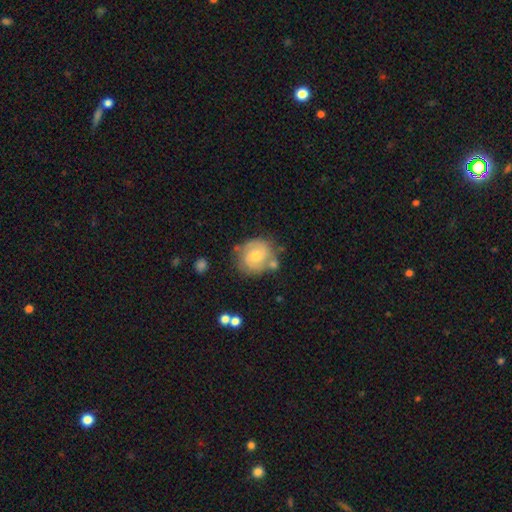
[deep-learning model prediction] Smooth or featured: featured or disk — 56% (smooth — 36%)
Edge-on disk: no — 97% (yes — 3%)
Bar: no — 71% (weak — 24%)
Spiral arms: yes — 78% (no — 22%)
Bulge size: moderate — 57% (small — 38%)
Merging: none — 68% (minor disturbance — 18%)